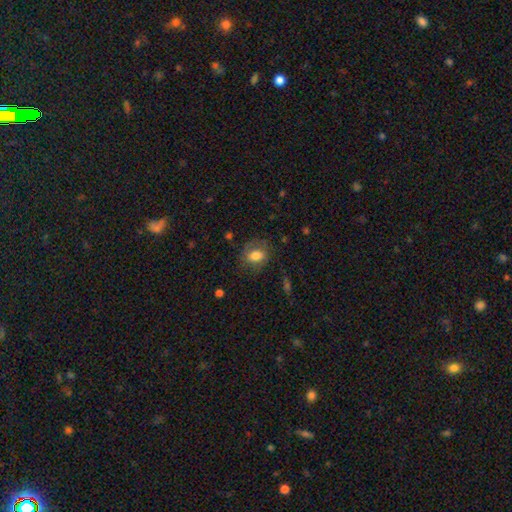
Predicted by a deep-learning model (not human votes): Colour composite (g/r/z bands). It shows a smooth galaxy with no disk features (67%) that is in between round and cigar-shaped (59%). Merging: none (67%).